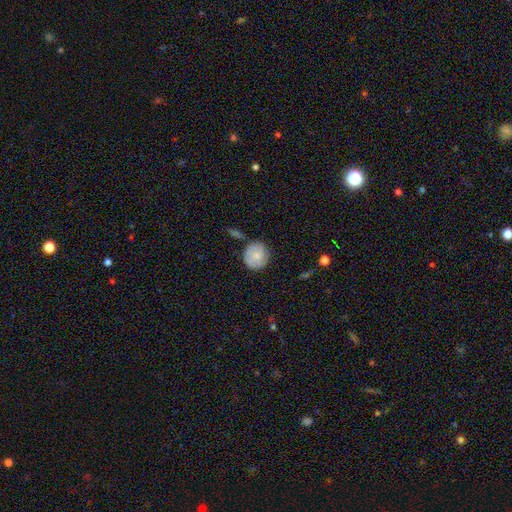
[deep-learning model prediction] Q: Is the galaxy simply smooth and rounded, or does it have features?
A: smooth — 74%.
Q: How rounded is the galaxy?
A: round — 85%.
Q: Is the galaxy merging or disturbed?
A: none — 70%.